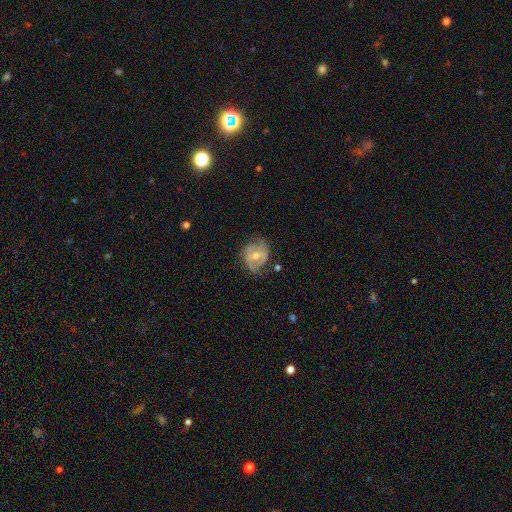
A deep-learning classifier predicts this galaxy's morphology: Q: Smooth or featured?
A: featured or disk (68%); runner-up: smooth (26%)
Q: Edge-on disk?
A: no (97%); runner-up: yes (3%)
Q: Bar?
A: no (49%); runner-up: weak (39%)
Q: Spiral arms?
A: yes (77%); runner-up: no (23%)
Q: Spiral winding?
A: tight (43%); runner-up: medium (40%)
Q: Spiral arm count?
A: 2 (56%); runner-up: can't tell (24%)
Q: Bulge size?
A: moderate (66%); runner-up: small (28%)
Q: Merging?
A: none (57%); runner-up: minor disturbance (28%)